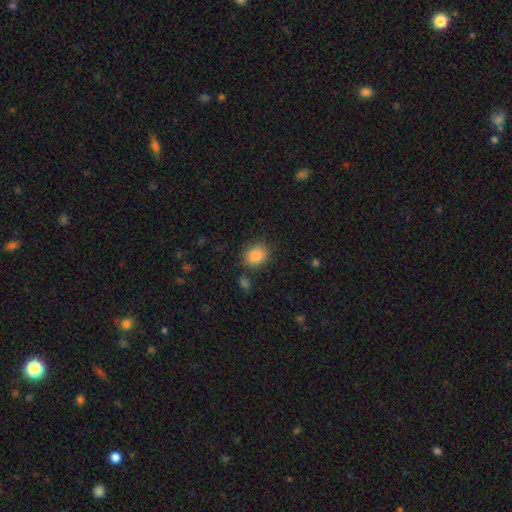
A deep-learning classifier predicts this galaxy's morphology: This appears to be a smooth galaxy with no disk features (87%) that is round (56%). Merging: none (80%).